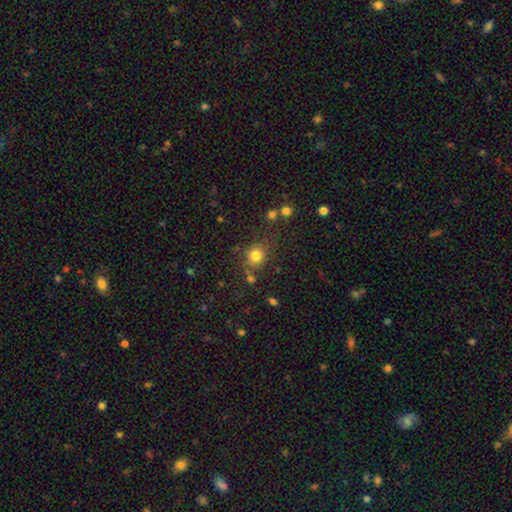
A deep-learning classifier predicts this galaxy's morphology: The model was most divided on "merging": none: 75%, minor disturbance: 12%, merger: 8%, major disturbance: 5%. More confident: how rounded — round (84%); smooth or featured — smooth (80%).